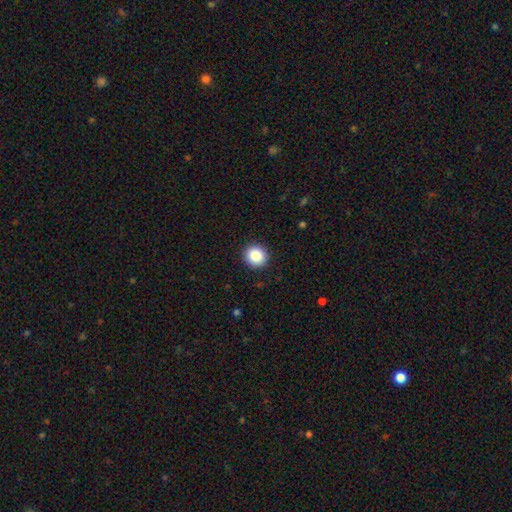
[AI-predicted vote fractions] Smooth or featured? Predicted: smooth (p=0.88). How rounded? Predicted: round (p=0.92). Merging? Predicted: none (p=0.92).